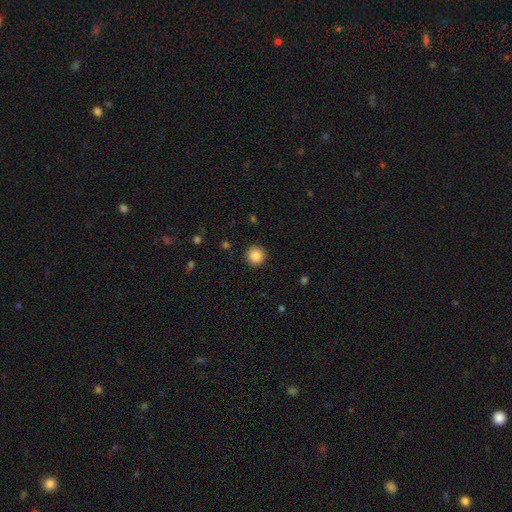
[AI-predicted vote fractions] Q: Smooth or featured?
A: smooth (88%); runner-up: star or artifact (9%)
Q: How rounded?
A: round (94%); runner-up: in between (5%)
Q: Merging?
A: none (91%); runner-up: minor disturbance (6%)